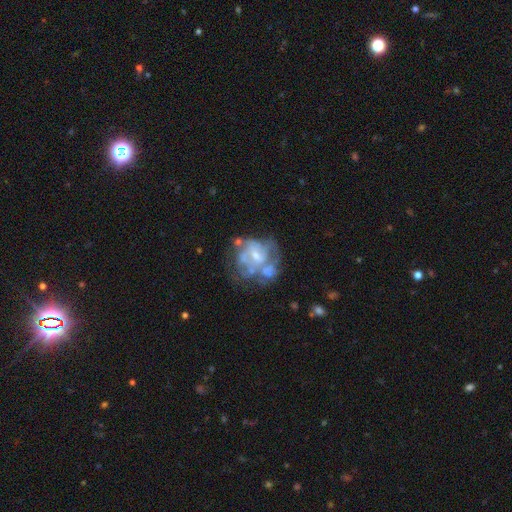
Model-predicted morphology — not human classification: Smooth or featured?
  - featured or disk: 72% *
  - smooth: 20%
  - star or artifact: 8%
Edge-on disk?
  - no: 98% *
  - yes: 2%
Bar?
  - no: 68% *
  - weak: 26%
  - strong: 5%
Spiral arms?
  - no: 55% *
  - yes: 45%
Bulge size?
  - small: 49% *
  - moderate: 41%
  - none: 7%
  - large: 2%
  - dominant: 1%
Merging?
  - none: 33% *
  - major disturbance: 25%
  - merger: 24%
  - minor disturbance: 18%